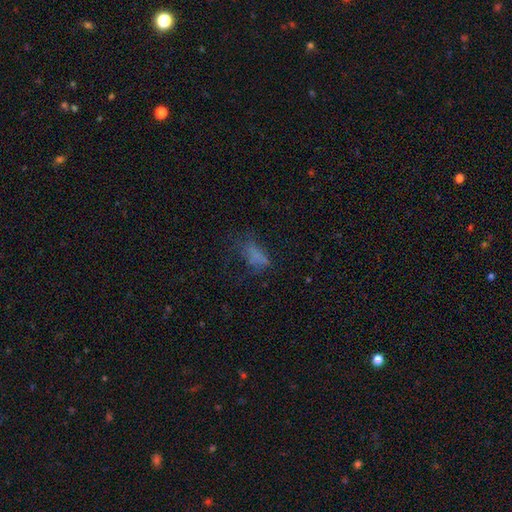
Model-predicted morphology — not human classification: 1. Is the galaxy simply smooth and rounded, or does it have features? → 59% smooth, 22% star or artifact, 19% featured or disk.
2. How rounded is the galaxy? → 79% in between, 14% cigar-shaped, 7% round.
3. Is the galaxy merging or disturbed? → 41% none, 33% major disturbance, 22% minor disturbance, 3% merger.